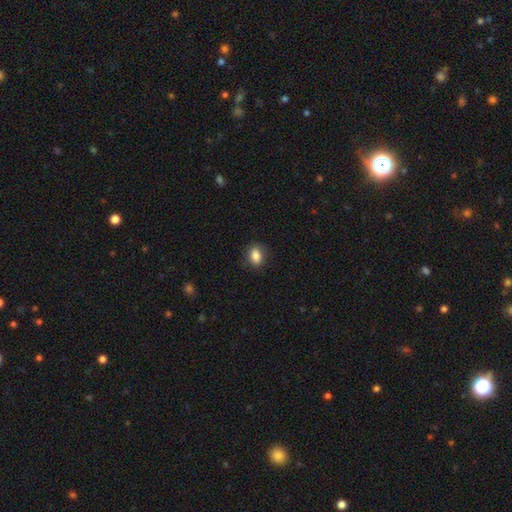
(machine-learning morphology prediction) This appears to be a smooth galaxy with no disk features (86%) that is in between round and cigar-shaped (70%). Merging: none (84%).